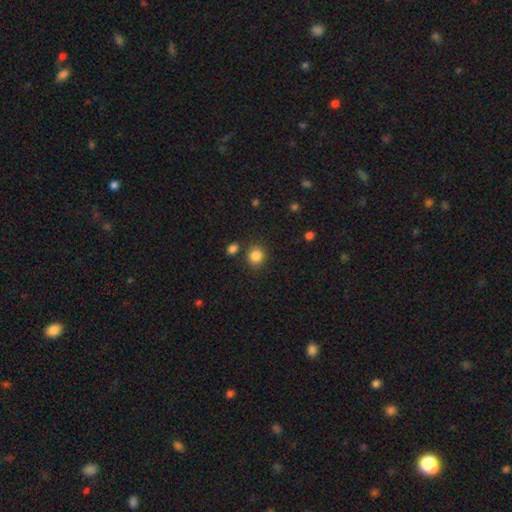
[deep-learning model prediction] Q: Smooth or featured?
A: smooth (85%); runner-up: star or artifact (11%)
Q: How rounded?
A: round (84%); runner-up: in between (16%)
Q: Merging?
A: none (82%); runner-up: minor disturbance (9%)